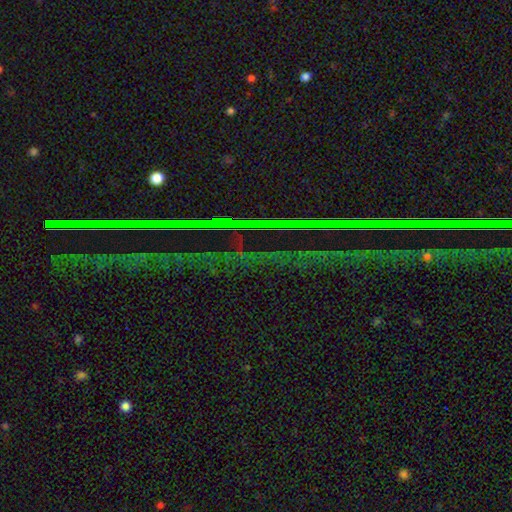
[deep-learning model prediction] smooth-or-featured: star or artifact: 81% | featured or disk: 10% | smooth: 9%